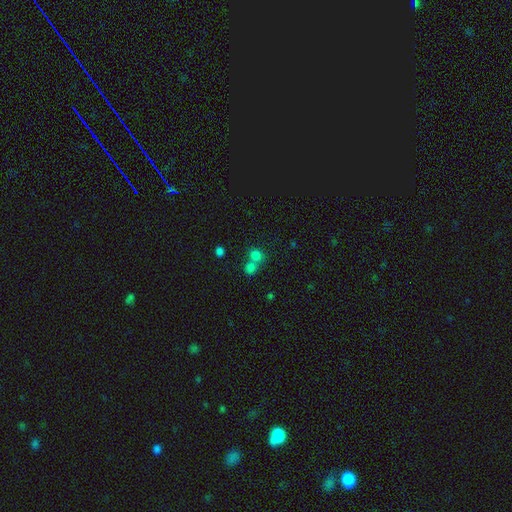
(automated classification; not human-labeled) Smooth or featured? Predicted: smooth (p=0.76). How rounded? Predicted: round (p=0.70). Merging? Predicted: merger (p=0.47).